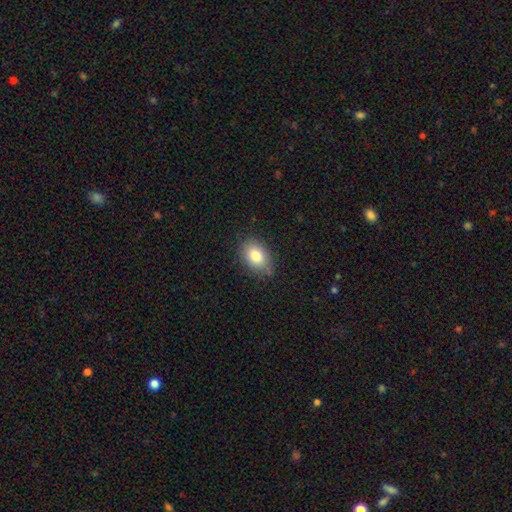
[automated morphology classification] Overall: smooth (81%). How rounded: in between (82%). Merging: none (80%).